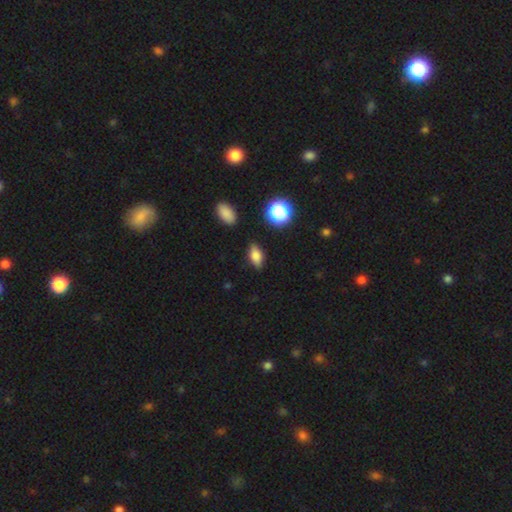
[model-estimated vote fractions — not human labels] Smooth or featured: smooth — 75% (featured or disk — 13%)
How rounded: in between — 82% (round — 9%)
Merging: none — 83% (minor disturbance — 12%)